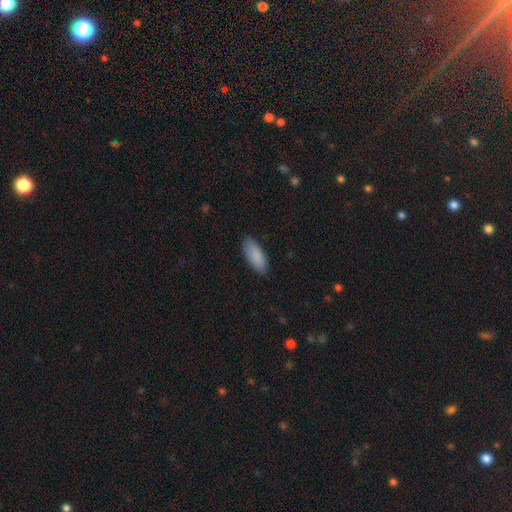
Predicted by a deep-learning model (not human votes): Smooth or featured? Predicted: smooth (p=0.89). How rounded? Predicted: in between (p=0.80). Merging? Predicted: none (p=0.86).